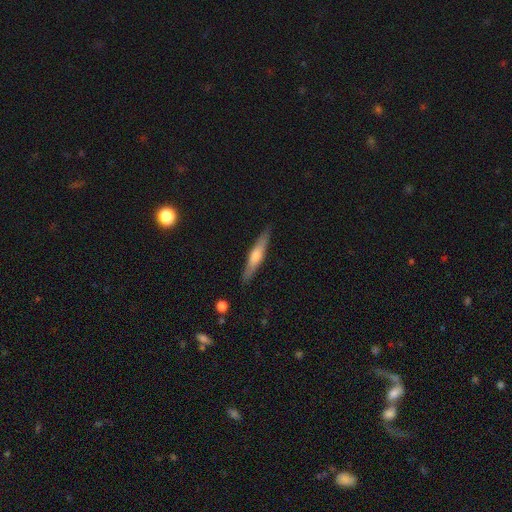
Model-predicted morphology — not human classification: smooth_or_featured: featured or disk (p=0.50) [alt: smooth p=0.44]
disk_edge_on: yes (p=0.94) [alt: no p=0.06]
merging: none (p=0.89) [alt: minor disturbance p=0.08]